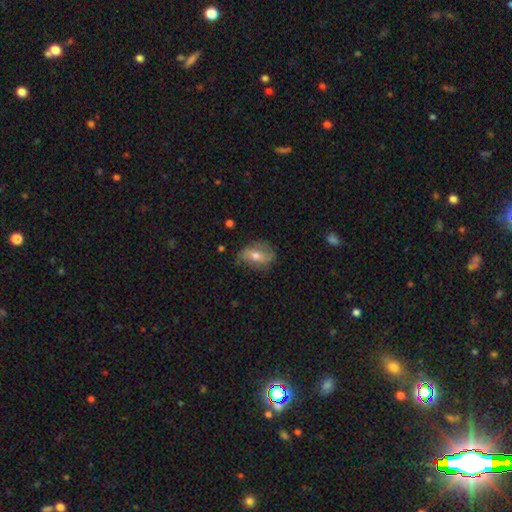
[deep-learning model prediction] smooth-or-featured: smooth: 51% | featured or disk: 40% | star or artifact: 9%
  how-rounded: in between: 74% | round: 24% | cigar-shaped: 2%
  merging: none: 67% | minor disturbance: 23% | major disturbance: 8% | merger: 2%